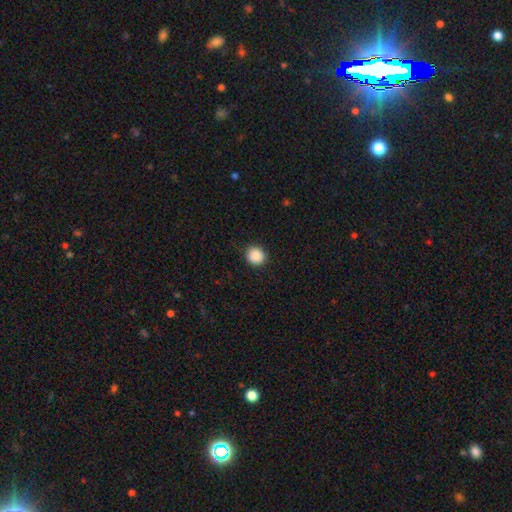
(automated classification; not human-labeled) Overall: smooth (89%). How rounded: round (84%). Merging: none (89%).